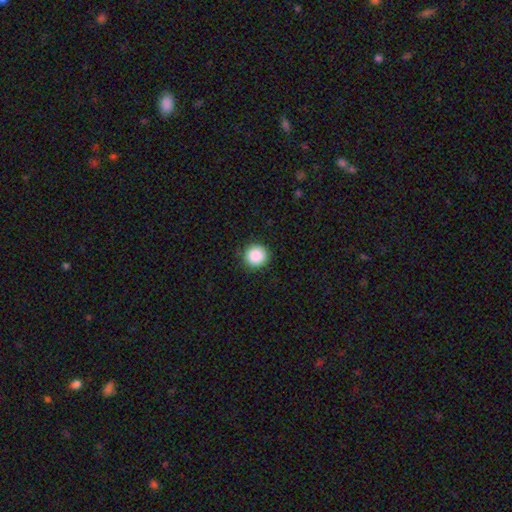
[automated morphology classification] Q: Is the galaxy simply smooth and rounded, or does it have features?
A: smooth — 88%.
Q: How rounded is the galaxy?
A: round — 95%.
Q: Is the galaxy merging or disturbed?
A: none — 91%.